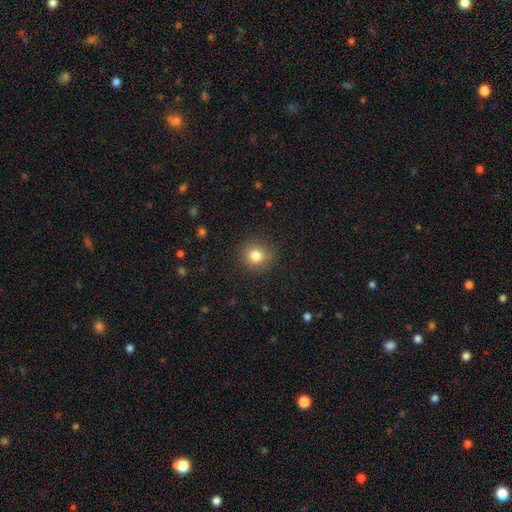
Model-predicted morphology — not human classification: A smooth galaxy with no disk features (81%) that is round (93%).

Vote fractions:
- Smooth or featured? smooth: 81% / star or artifact: 12% / featured or disk: 7%
- How rounded? round: 93% / in between: 6% / cigar-shaped: 1%
- Merging? none: 89% / minor disturbance: 7% / major disturbance: 3% / merger: 1%